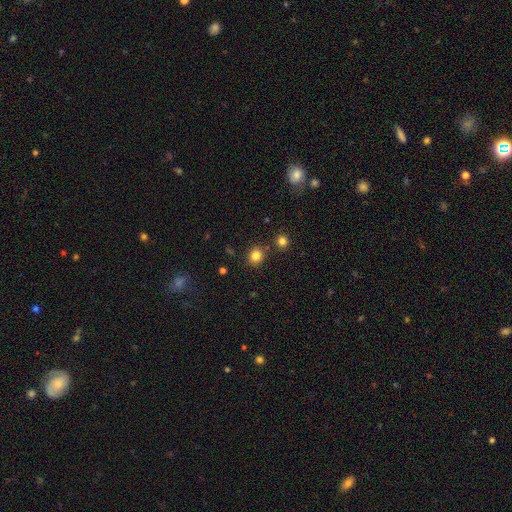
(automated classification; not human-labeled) This is clearly a smooth galaxy (82%). How rounded: likely round (78%). Merging: clearly none (83%).